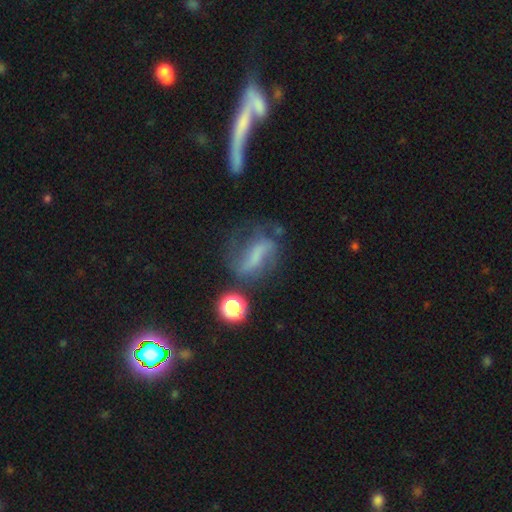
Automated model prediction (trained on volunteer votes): Smooth or featured? Predicted: featured or disk (p=0.56). Edge-on disk? Predicted: no (p=0.89). Merging? Predicted: none (p=0.45).